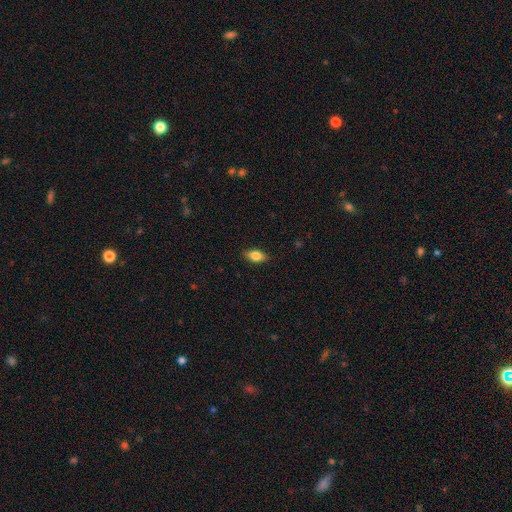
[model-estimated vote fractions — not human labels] Smooth or featured?
  - smooth: 79% *
  - featured or disk: 13%
  - star or artifact: 8%
How rounded?
  - in between: 86% *
  - cigar-shaped: 7%
  - round: 6%
Merging?
  - none: 86% *
  - minor disturbance: 11%
  - major disturbance: 2%
  - merger: 1%